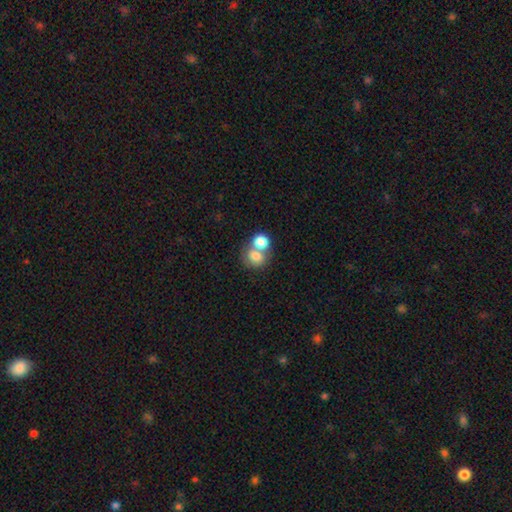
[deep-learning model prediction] Smooth or featured? Predicted: smooth (p=0.76). How rounded? Predicted: round (p=0.66). Merging? Predicted: merger (p=0.60).